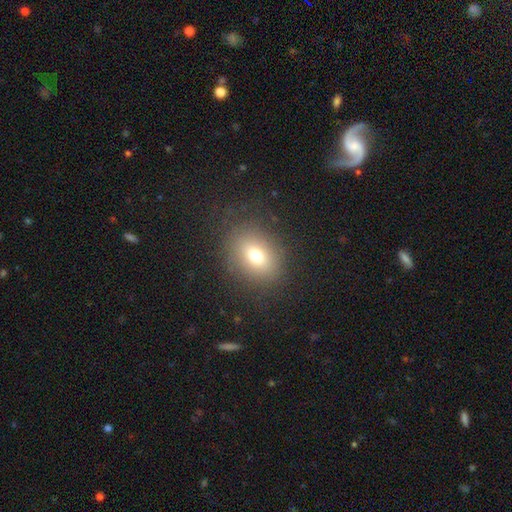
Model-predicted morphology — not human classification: Q: Smooth or featured?
A: smooth (72%); runner-up: star or artifact (15%)
Q: How rounded?
A: in between (50%); runner-up: round (49%)
Q: Merging?
A: none (81%); runner-up: minor disturbance (11%)